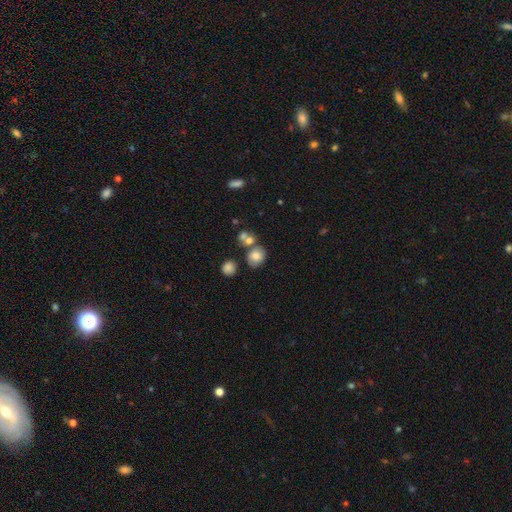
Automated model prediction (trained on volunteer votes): The model was most divided on "merging": none: 51%, merger: 27%, minor disturbance: 16%, major disturbance: 6%. More confident: smooth or featured — smooth (72%); how rounded — round (65%).